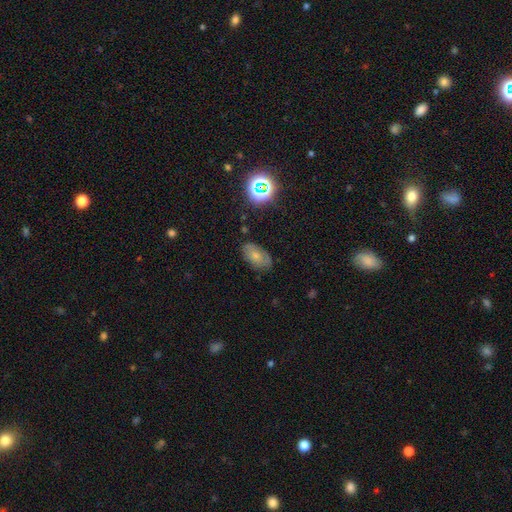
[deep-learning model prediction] smooth-or-featured: smooth: 62% | featured or disk: 24% | star or artifact: 14%
  how-rounded: in between: 91% | round: 7% | cigar-shaped: 2%
  merging: none: 73% | minor disturbance: 20% | major disturbance: 5% | merger: 2%